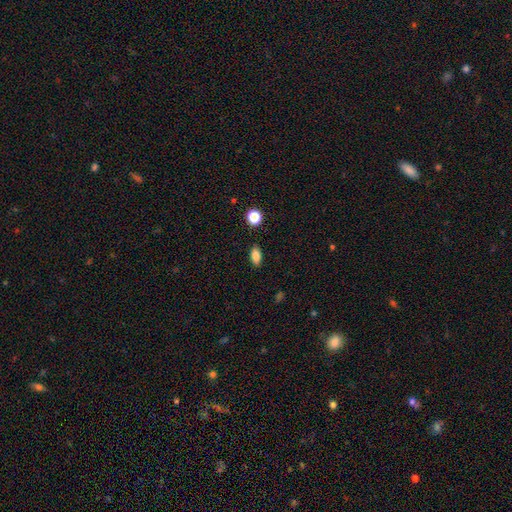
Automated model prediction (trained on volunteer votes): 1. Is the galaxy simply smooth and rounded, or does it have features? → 81% smooth, 10% star or artifact, 9% featured or disk.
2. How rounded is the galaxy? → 87% in between, 7% round, 6% cigar-shaped.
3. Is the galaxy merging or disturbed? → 88% none, 9% minor disturbance, 2% major disturbance, 2% merger.